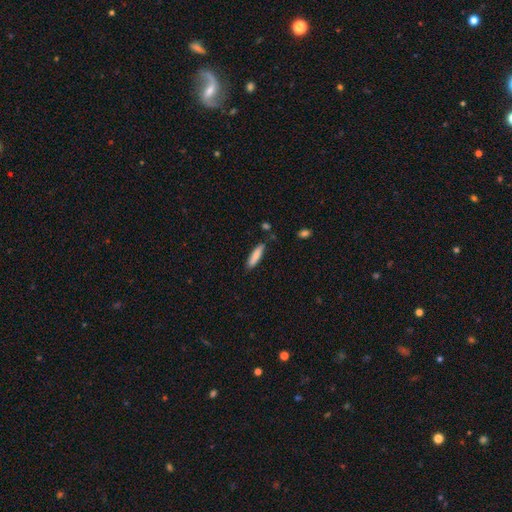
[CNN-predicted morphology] Smooth or featured? smooth (82%)
How rounded? cigar-shaped (75%)
Merging? none (80%)